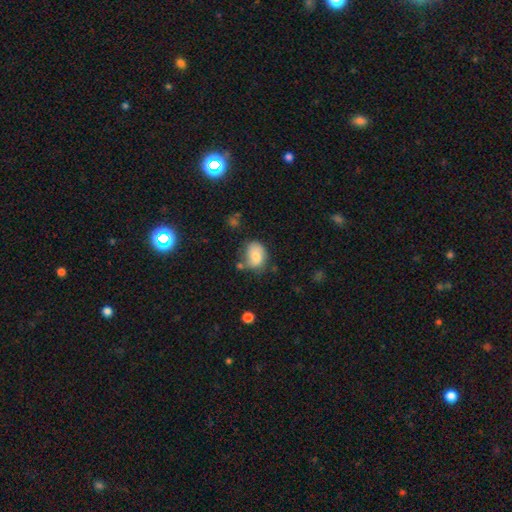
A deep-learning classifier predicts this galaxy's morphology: Overall: smooth (75%). How rounded: in between (69%; round 30%). Merging: none (53%; minor disturbance 29%).